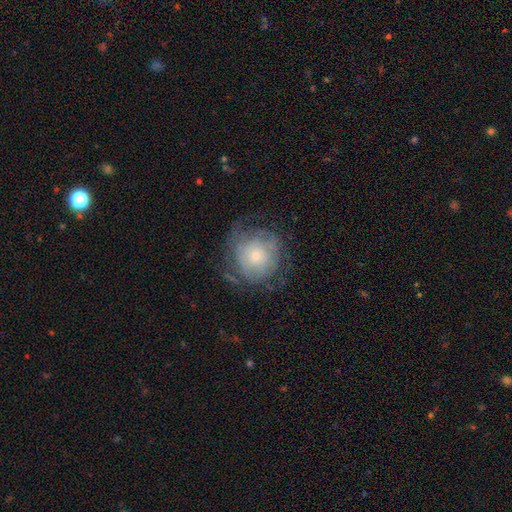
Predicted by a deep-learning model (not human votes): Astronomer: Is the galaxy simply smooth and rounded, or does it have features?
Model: featured or disk — 57% (runner-up: smooth, 35%).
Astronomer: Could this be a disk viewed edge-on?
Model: no — 97%.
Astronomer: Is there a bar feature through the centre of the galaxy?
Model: no — 83%.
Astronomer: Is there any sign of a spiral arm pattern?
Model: yes — 72%.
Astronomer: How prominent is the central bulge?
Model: small — 52% (runner-up: moderate, 36%).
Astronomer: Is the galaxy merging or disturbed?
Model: none — 62%.